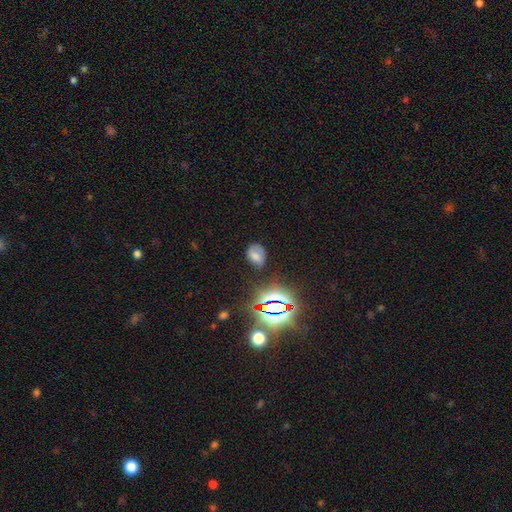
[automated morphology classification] A smooth galaxy with no disk features (61%) that is in between round and cigar-shaped (66%).

Vote fractions:
- Smooth or featured? smooth: 61% / star or artifact: 23% / featured or disk: 16%
- How rounded? in between: 66% / round: 32% / cigar-shaped: 1%
- Merging? none: 68% / minor disturbance: 21% / major disturbance: 8% / merger: 3%